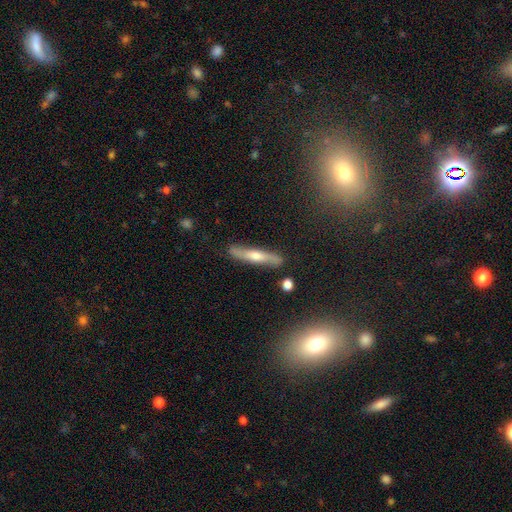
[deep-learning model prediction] Smooth or featured? Predicted: featured or disk (p=0.61). Edge-on disk? Predicted: yes (p=0.73). Merging? Predicted: none (p=0.83).